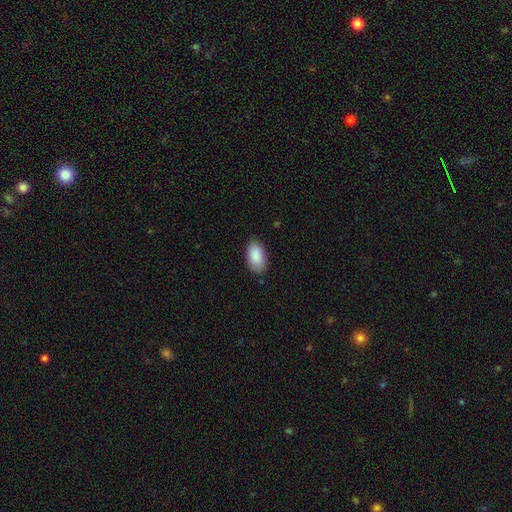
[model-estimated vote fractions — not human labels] This is clearly a smooth galaxy (88%). How rounded: clearly in between (95%). Merging: clearly none (81%).